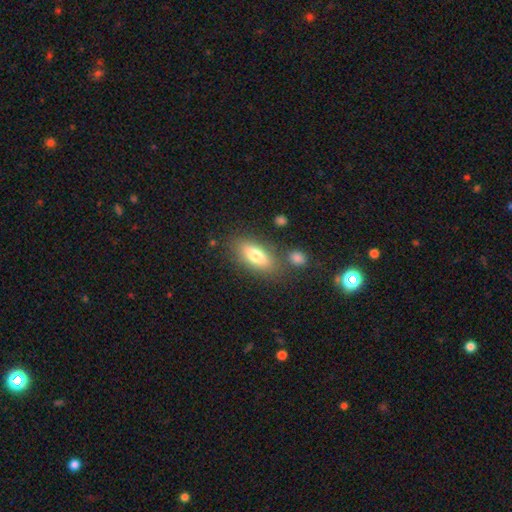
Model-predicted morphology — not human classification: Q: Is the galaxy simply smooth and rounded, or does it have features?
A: smooth — 73%.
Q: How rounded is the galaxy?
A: in between — 79%.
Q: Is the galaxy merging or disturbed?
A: none — 74%.